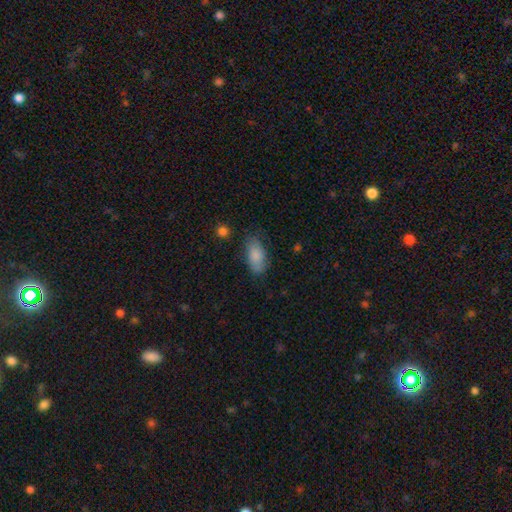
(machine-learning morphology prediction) Smooth or featured: smooth — 84% (featured or disk — 9%)
How rounded: in between — 90% (cigar-shaped — 6%)
Merging: none — 67% (minor disturbance — 23%)